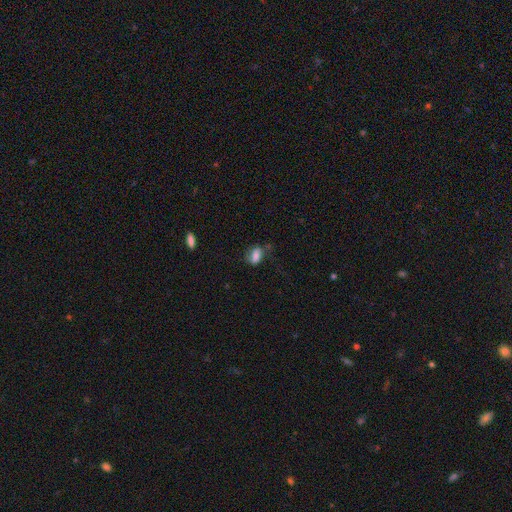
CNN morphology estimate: A smooth galaxy with no disk features (74%) that is in between round and cigar-shaped (82%).

Vote fractions:
- Smooth or featured? smooth: 74% / featured or disk: 16% / star or artifact: 9%
- How rounded? in between: 82% / round: 13% / cigar-shaped: 5%
- Merging? none: 54% / minor disturbance: 29% / major disturbance: 13% / merger: 5%